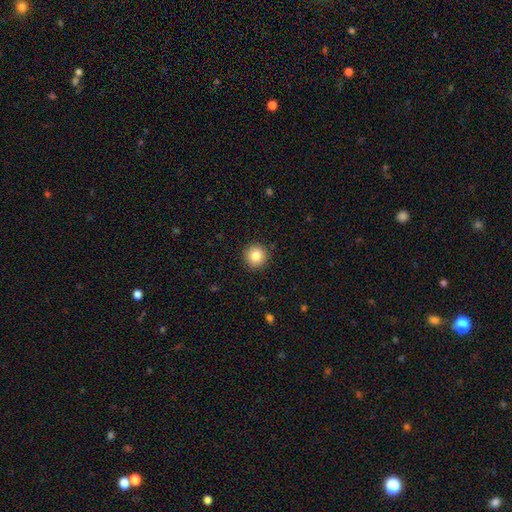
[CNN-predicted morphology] Smooth or featured? Predicted: smooth (p=0.84). How rounded? Predicted: round (p=0.95). Merging? Predicted: none (p=0.92).